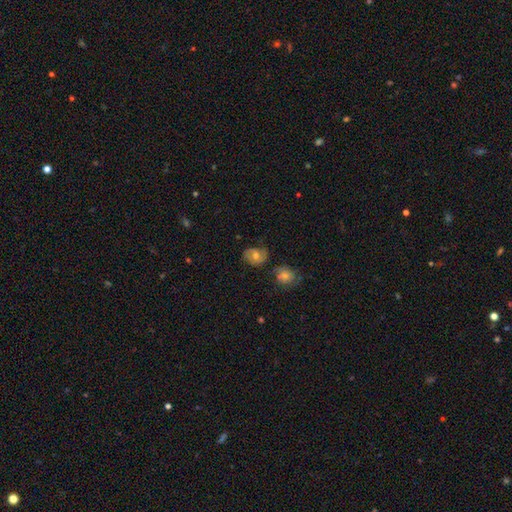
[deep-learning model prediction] Morphology: type=featured or disk (59%); edge-on=no (97%); bar=no (50%); spiral arms=yes (84%); bulge=moderate (72%); merging=none (69%).